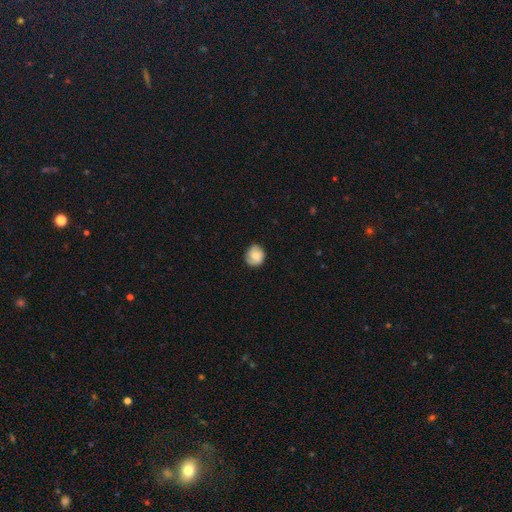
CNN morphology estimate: This appears to be a smooth galaxy with no disk features (72%) that is round (82%). Merging: none (75%).